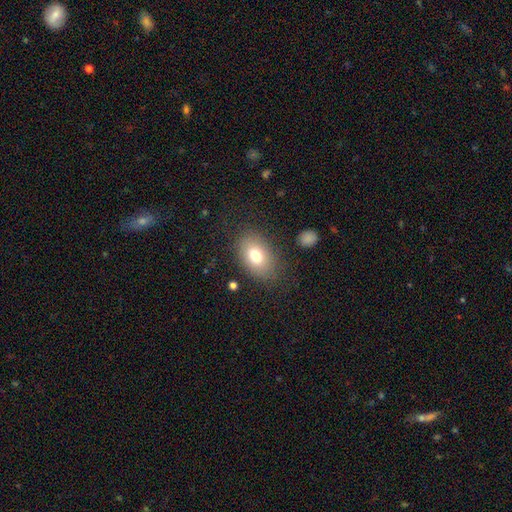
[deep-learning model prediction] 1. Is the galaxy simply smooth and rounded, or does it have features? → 76% smooth, 15% featured or disk, 10% star or artifact.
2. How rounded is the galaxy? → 82% in between, 17% round, 1% cigar-shaped.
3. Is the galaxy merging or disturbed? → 80% none, 13% minor disturbance, 6% major disturbance, 2% merger.